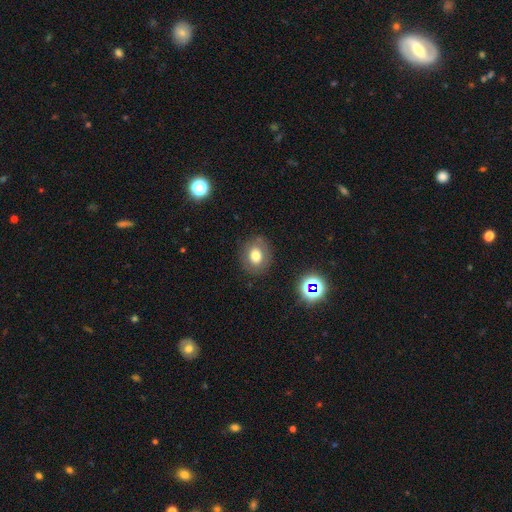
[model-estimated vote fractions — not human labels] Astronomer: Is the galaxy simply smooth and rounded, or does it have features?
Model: smooth — 70%.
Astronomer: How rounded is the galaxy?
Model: round — 59% (runner-up: in between, 40%).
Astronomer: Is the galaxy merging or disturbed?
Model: none — 82%.